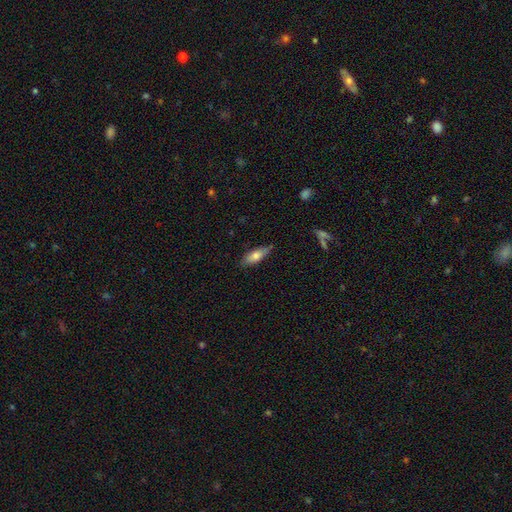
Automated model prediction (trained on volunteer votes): Q: Smooth or featured?
A: smooth (70%); runner-up: featured or disk (23%)
Q: How rounded?
A: in between (62%); runner-up: cigar-shaped (35%)
Q: Merging?
A: none (73%); runner-up: minor disturbance (22%)